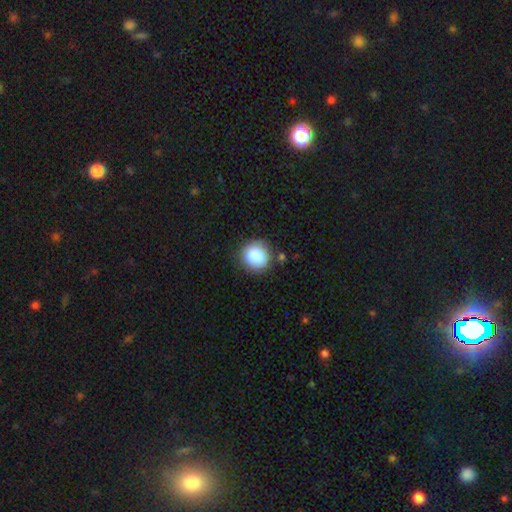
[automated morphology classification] Q: Smooth or featured?
A: smooth (88%); runner-up: star or artifact (8%)
Q: How rounded?
A: round (85%); runner-up: in between (14%)
Q: Merging?
A: none (83%); runner-up: minor disturbance (11%)